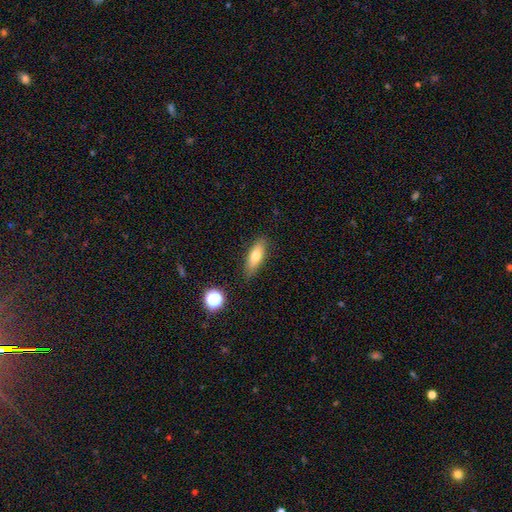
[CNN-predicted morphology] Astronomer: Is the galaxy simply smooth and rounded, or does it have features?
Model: smooth — 71%.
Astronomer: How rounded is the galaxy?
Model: in between — 56% (runner-up: cigar-shaped, 40%).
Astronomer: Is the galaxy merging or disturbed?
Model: none — 84%.